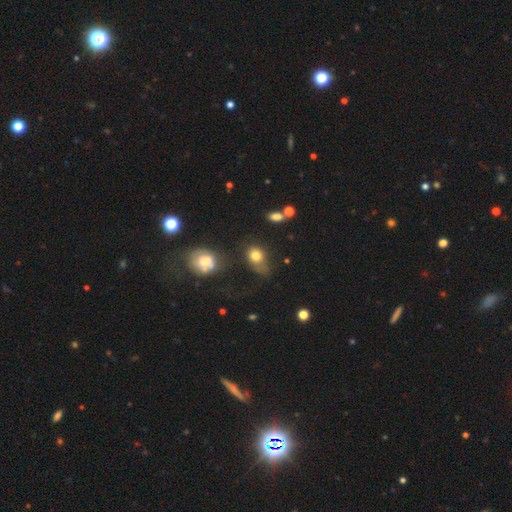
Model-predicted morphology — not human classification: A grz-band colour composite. It shows a smooth galaxy with no disk features (74%) that is round (51%). Merging: none (36%).